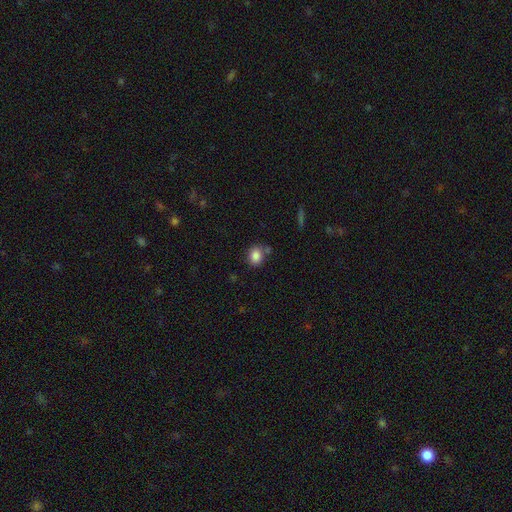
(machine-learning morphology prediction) smooth-or-featured: smooth: 85% | star or artifact: 10% | featured or disk: 6%
  how-rounded: round: 60% | in between: 39% | cigar-shaped: 1%
  merging: none: 71% | minor disturbance: 14% | merger: 11% | major disturbance: 4%